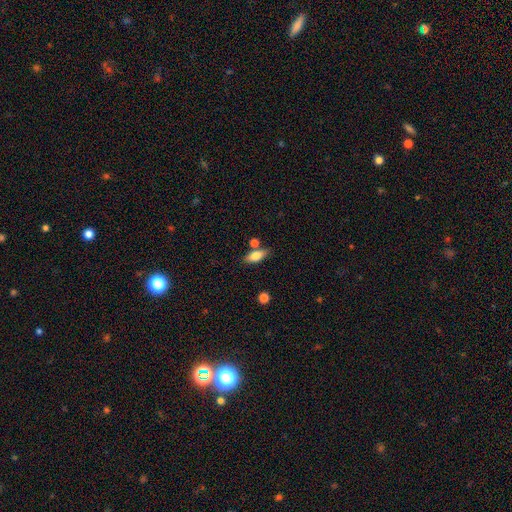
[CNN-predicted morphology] This appears to be a smooth galaxy with no disk features (79%) that is in between round and cigar-shaped (77%). Merging: none (70%).